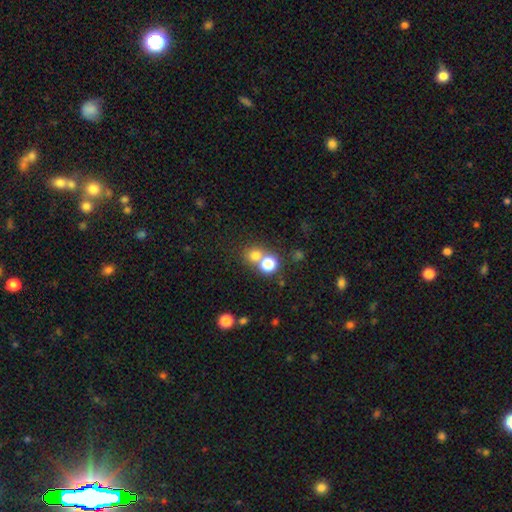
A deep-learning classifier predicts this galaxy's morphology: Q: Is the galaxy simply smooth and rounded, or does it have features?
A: smooth — 73%.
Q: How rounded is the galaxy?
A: round — 85%.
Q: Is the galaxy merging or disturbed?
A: none — 53%.